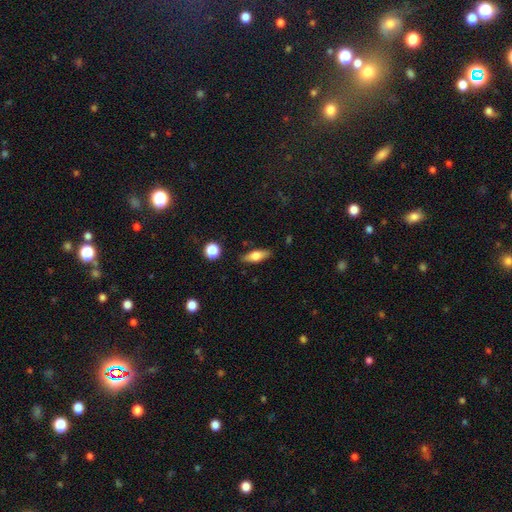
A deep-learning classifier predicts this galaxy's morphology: smooth-or-featured: smooth: 63% | featured or disk: 30% | star or artifact: 8%
  how-rounded: in between: 64% | cigar-shaped: 31% | round: 4%
  merging: none: 85% | minor disturbance: 11% | major disturbance: 3% | merger: 2%